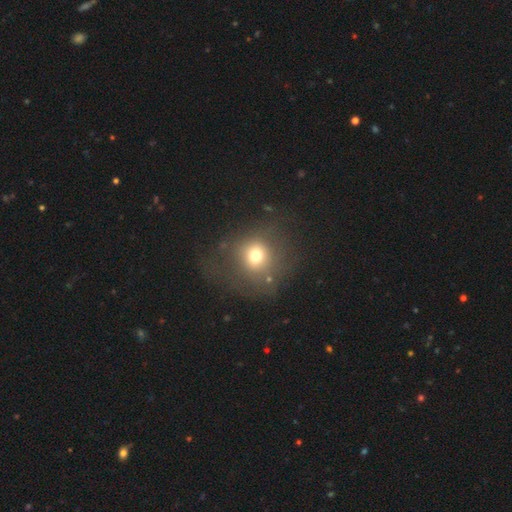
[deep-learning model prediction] Overall: smooth (69%). How rounded: round (85%). Merging: none (64%).